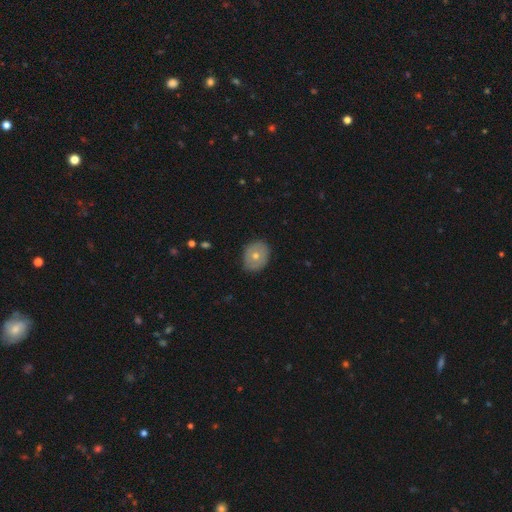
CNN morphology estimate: Overall: smooth (64%; featured or disk 27%). How rounded: round (53%; in between 47%). Merging: none (82%).